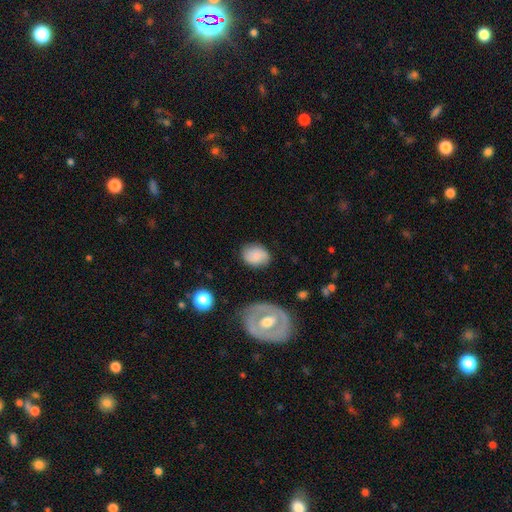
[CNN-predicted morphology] This appears to be a smooth galaxy with no disk features (71%) that is in between round and cigar-shaped (67%). Merging: none (77%).